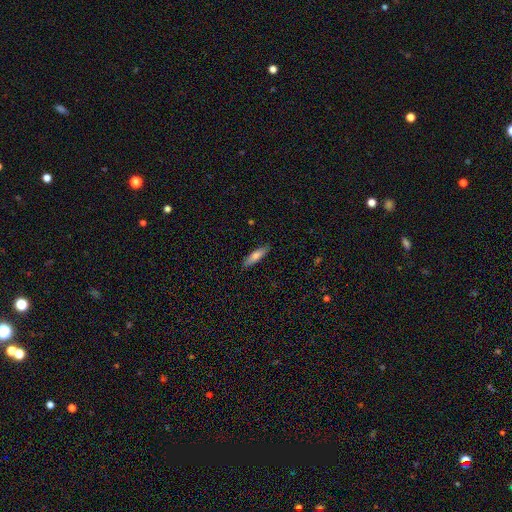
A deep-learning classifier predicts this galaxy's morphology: This appears to be a smooth galaxy with no disk features (71%) that is cigar-shaped (72%). Merging: none (89%).